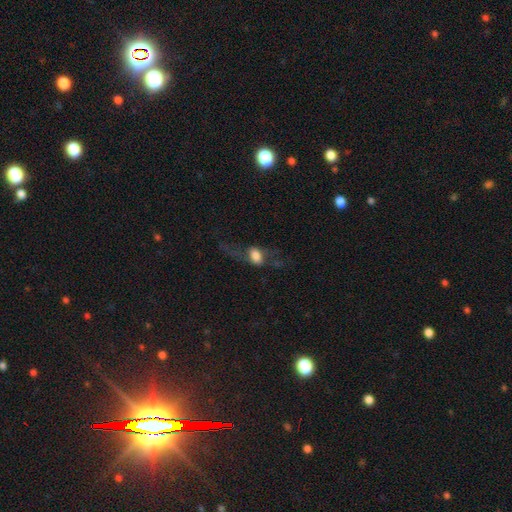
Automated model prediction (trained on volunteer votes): smooth 54%, featured or disk 36%, star or artifact 10%. Down the decision tree: how rounded — in between (76%); merging — major disturbance (46%).